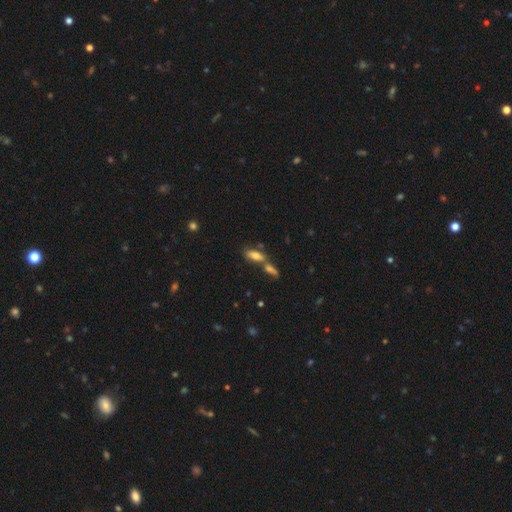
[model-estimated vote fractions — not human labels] Overall: smooth (71%). How rounded: in between (74%). Merging: merger (45%; none 41%).